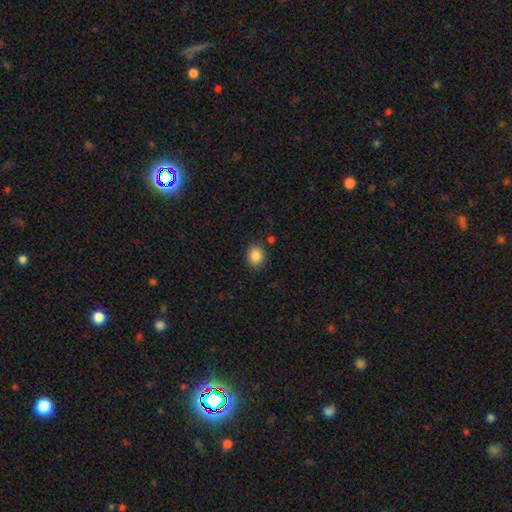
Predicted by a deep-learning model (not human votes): Smooth or featured?
  - smooth: 86% *
  - star or artifact: 9%
  - featured or disk: 4%
How rounded?
  - round: 67% *
  - in between: 32%
  - cigar-shaped: 1%
Merging?
  - none: 85% *
  - minor disturbance: 9%
  - merger: 3%
  - major disturbance: 3%